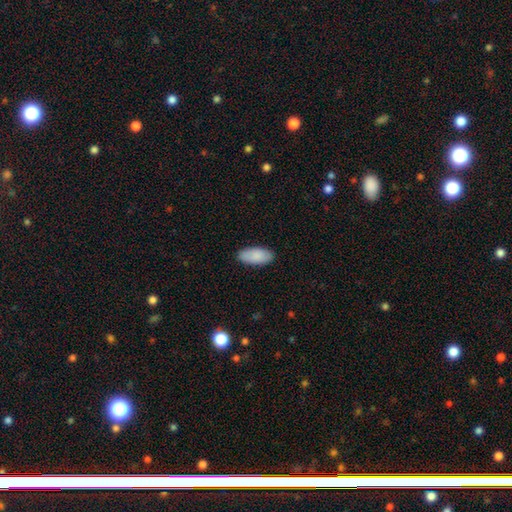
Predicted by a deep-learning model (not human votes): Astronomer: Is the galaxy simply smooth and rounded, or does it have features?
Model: smooth — 89%.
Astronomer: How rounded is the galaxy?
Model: in between — 91%.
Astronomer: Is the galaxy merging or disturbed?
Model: none — 87%.